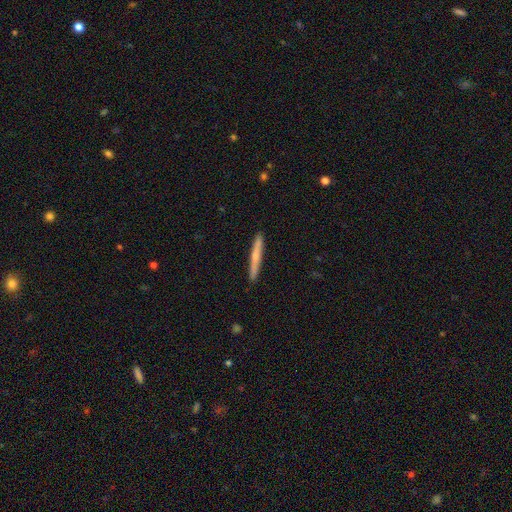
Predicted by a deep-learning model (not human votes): smooth_or_featured: smooth (p=0.55) [alt: featured or disk p=0.39]
how_rounded: cigar-shaped (p=0.96) [alt: in between p=0.03]
merging: none (p=0.91) [alt: minor disturbance p=0.07]